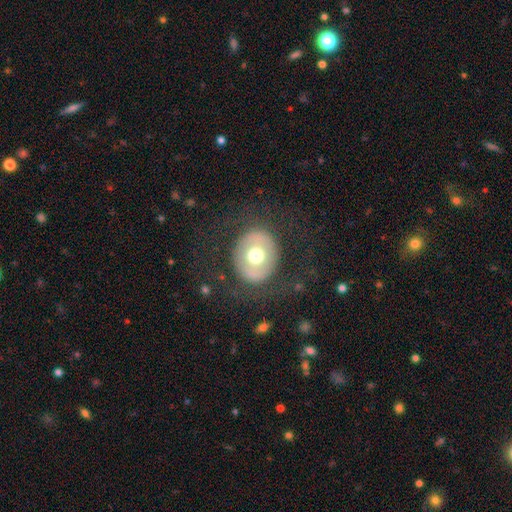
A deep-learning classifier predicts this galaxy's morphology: This appears to be a smooth galaxy with no disk features (54%) that is round (69%). Merging: none (78%).